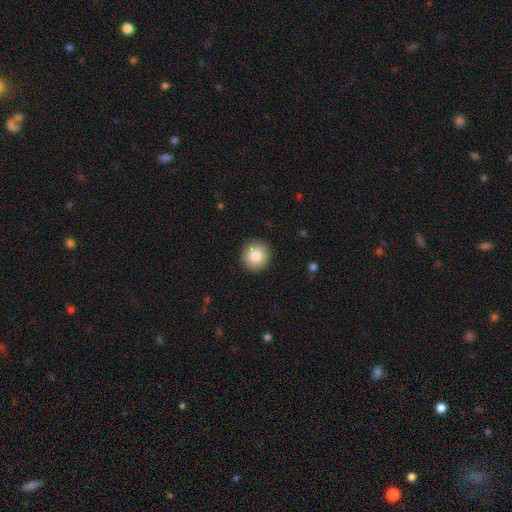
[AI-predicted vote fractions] A smooth galaxy with no disk features (83%) that is round (95%).

Vote fractions:
- Smooth or featured? smooth: 83% / featured or disk: 8% / star or artifact: 8%
- How rounded? round: 95% / in between: 4% / cigar-shaped: 1%
- Merging? none: 93% / minor disturbance: 5% / major disturbance: 2% / merger: 1%